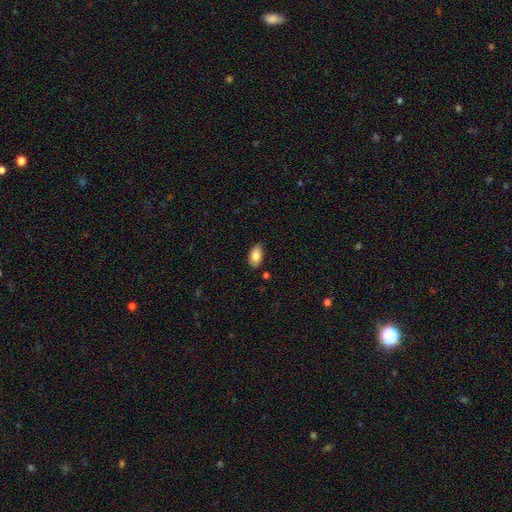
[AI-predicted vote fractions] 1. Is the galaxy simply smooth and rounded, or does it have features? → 84% smooth, 9% featured or disk, 7% star or artifact.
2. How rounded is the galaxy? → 93% in between, 5% round, 2% cigar-shaped.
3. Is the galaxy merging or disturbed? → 81% none, 15% minor disturbance, 2% major disturbance, 2% merger.